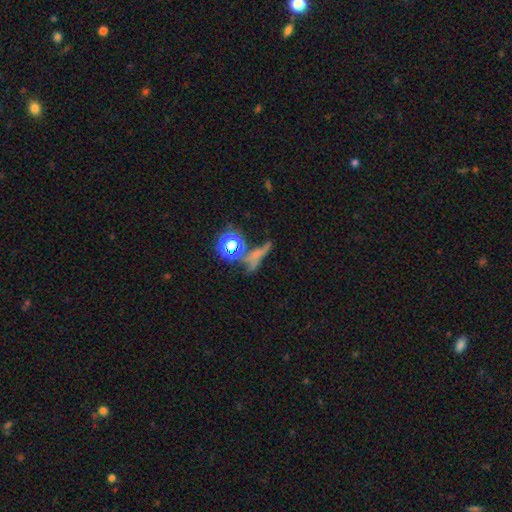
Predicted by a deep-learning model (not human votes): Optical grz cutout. It shows a smooth galaxy with no disk features (45%). Merging: none (44%).